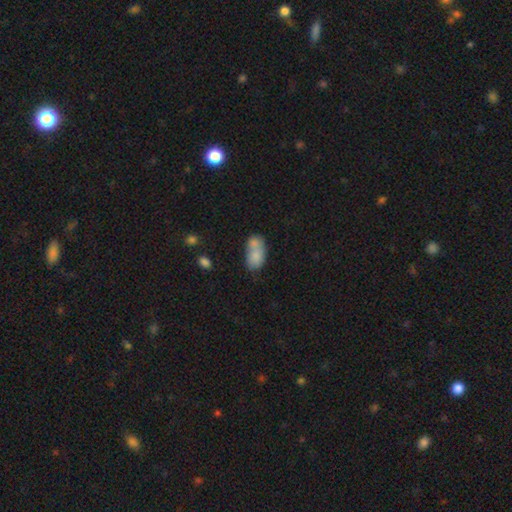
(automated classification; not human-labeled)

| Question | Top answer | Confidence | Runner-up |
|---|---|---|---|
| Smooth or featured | smooth | 75% | featured or disk (17%) |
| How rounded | in between | 90% | round (8%) |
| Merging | merger | 48% | none (31%) |